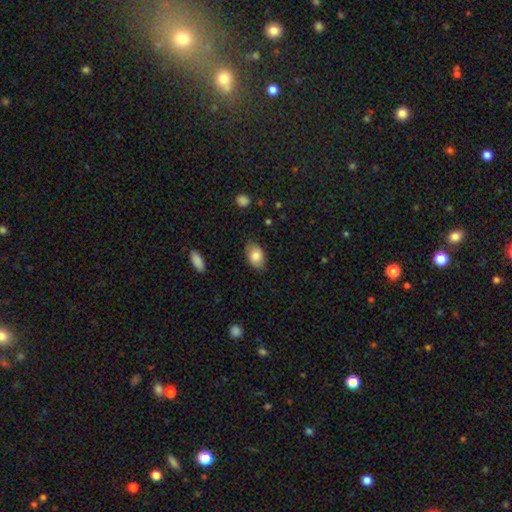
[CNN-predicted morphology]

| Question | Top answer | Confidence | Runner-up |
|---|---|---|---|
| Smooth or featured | smooth | 82% | featured or disk (11%) |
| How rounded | in between | 89% | round (9%) |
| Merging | none | 80% | minor disturbance (16%) |